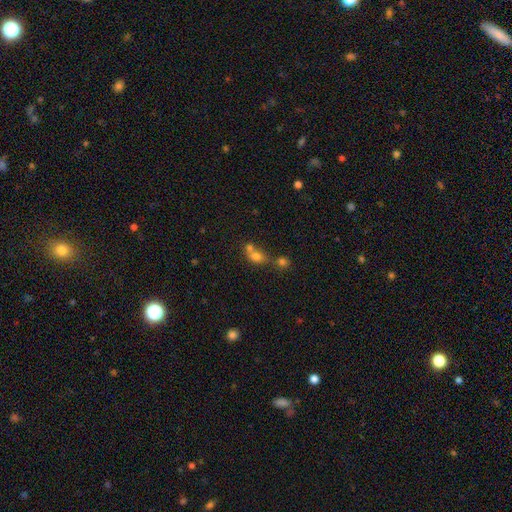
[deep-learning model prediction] This appears to be a smooth galaxy with no disk features (68%) that is round (63%). Merging: merger (58%).